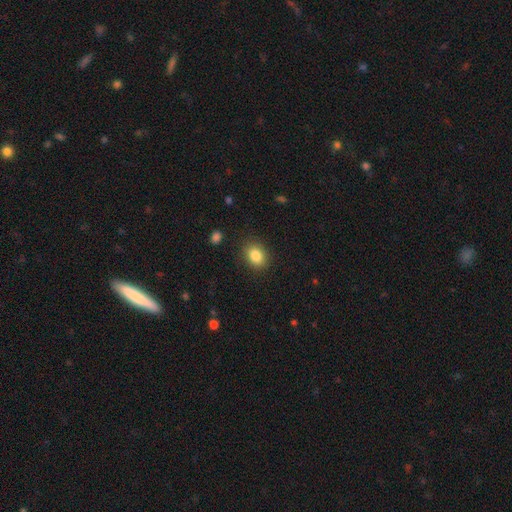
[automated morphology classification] This appears to be a smooth galaxy with no disk features (85%) that is in between round and cigar-shaped (60%). Merging: none (86%).